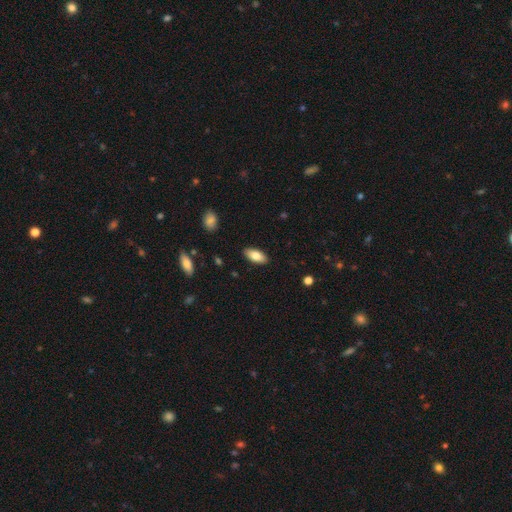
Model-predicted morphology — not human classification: smooth-or-featured: smooth: 81% | featured or disk: 12% | star or artifact: 6%
  how-rounded: in between: 89% | cigar-shaped: 9% | round: 2%
  merging: none: 89% | minor disturbance: 8% | major disturbance: 2% | merger: 1%